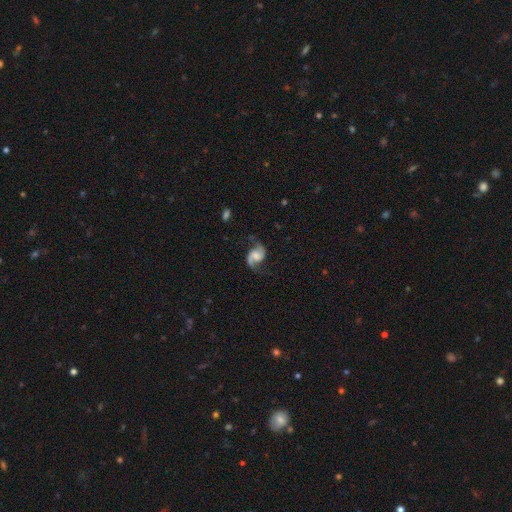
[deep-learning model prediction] This appears to be a featured or disk galaxy (87%) with no bar (53%), 2 (93%) loose (52%) spiral arms (97%) and a moderate central bulge (33%). Merging: none (74%).